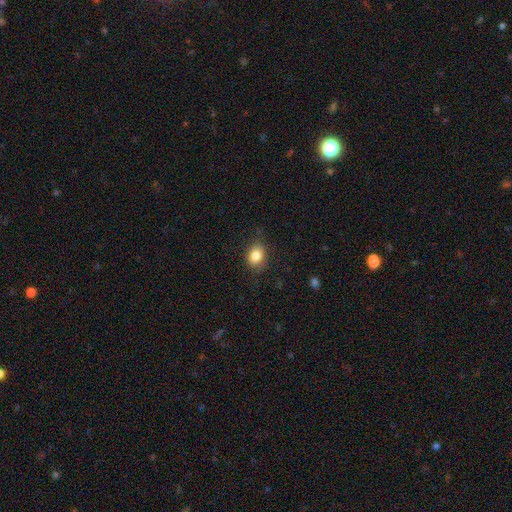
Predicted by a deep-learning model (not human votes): smooth_or_featured: smooth (p=0.83) [alt: star or artifact p=0.10]
how_rounded: in between (p=0.59) [alt: round p=0.40]
merging: none (p=0.77) [alt: minor disturbance p=0.17]